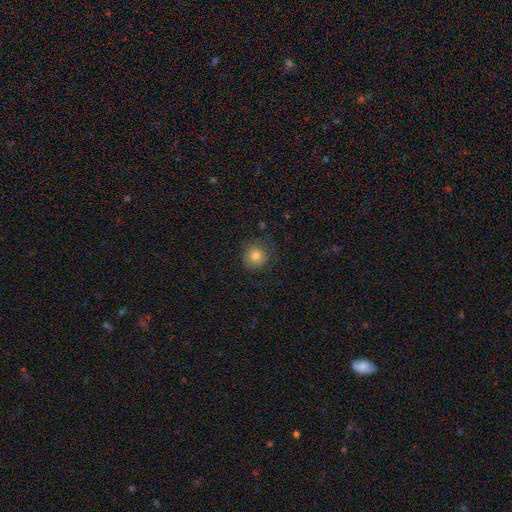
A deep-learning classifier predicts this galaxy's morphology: smooth_or_featured: smooth (p=0.78) [alt: featured or disk p=0.11]
how_rounded: round (p=0.93) [alt: in between p=0.06]
merging: none (p=0.77) [alt: minor disturbance p=0.15]